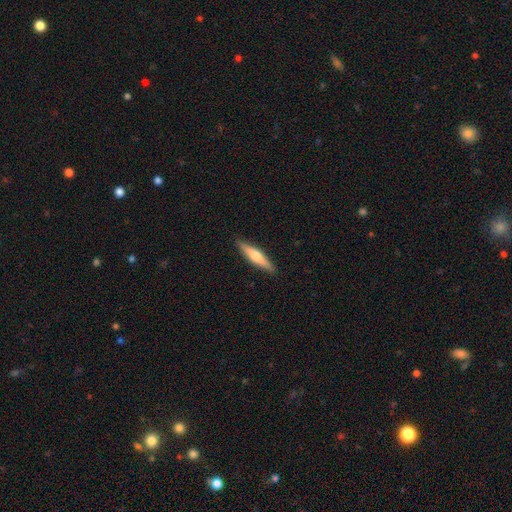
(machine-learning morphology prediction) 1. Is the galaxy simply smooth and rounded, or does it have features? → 48% smooth, 46% featured or disk, 5% star or artifact.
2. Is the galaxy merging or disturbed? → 91% none, 7% minor disturbance, 1% major disturbance, 1% merger.